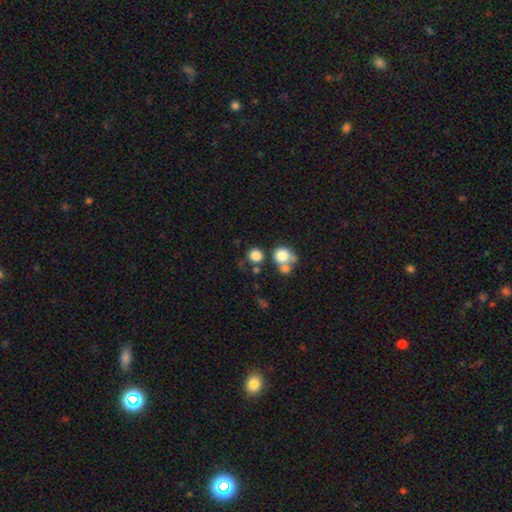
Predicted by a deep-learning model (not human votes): The model was most divided on "merging": none: 57%, merger: 27%, minor disturbance: 10%, major disturbance: 6%. More confident: how rounded — round (87%); smooth or featured — smooth (81%).